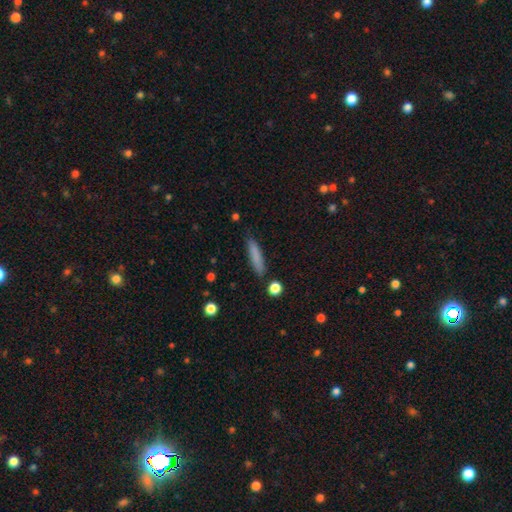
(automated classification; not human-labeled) Overall: smooth (81%). How rounded: cigar-shaped (86%). Merging: none (84%).